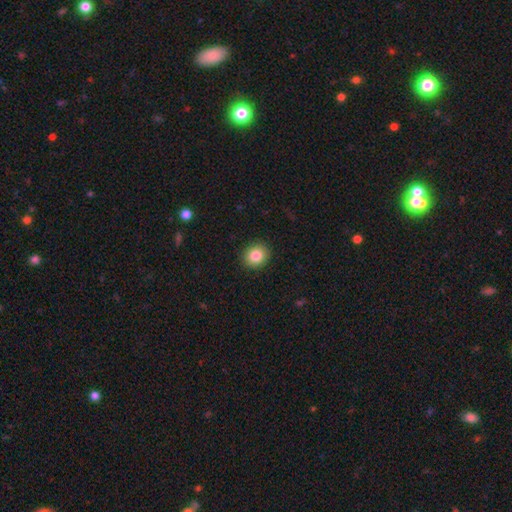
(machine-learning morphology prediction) smooth_or_featured: smooth (p=0.84) [alt: star or artifact p=0.09]
how_rounded: round (p=0.73) [alt: in between p=0.26]
merging: none (p=0.91) [alt: minor disturbance p=0.06]